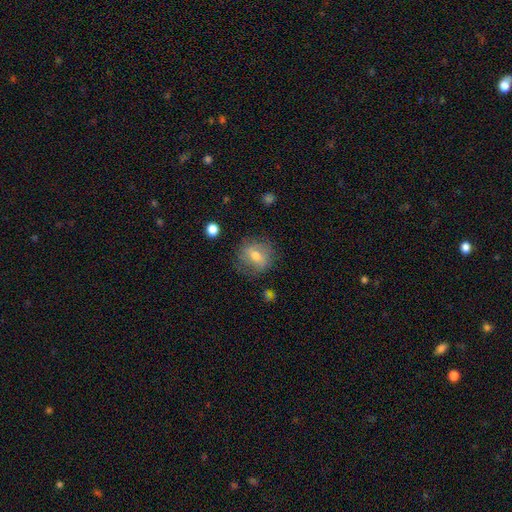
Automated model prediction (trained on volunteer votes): smooth_or_featured: smooth (p=0.58) [alt: featured or disk p=0.33]
how_rounded: round (p=0.73) [alt: in between p=0.25]
merging: none (p=0.71) [alt: minor disturbance p=0.18]